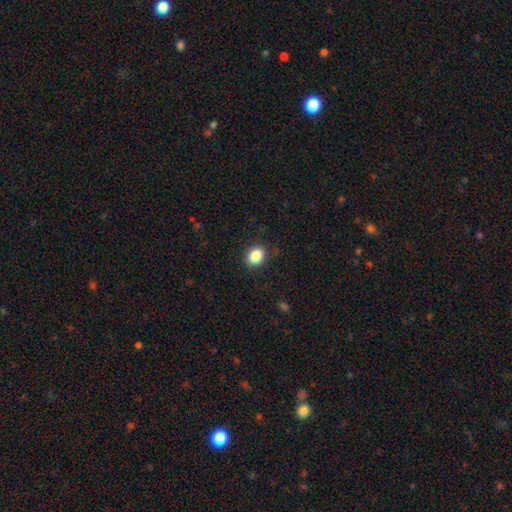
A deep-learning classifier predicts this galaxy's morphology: This appears to be a smooth galaxy with no disk features (86%) that is in between round and cigar-shaped (55%). Merging: none (85%).